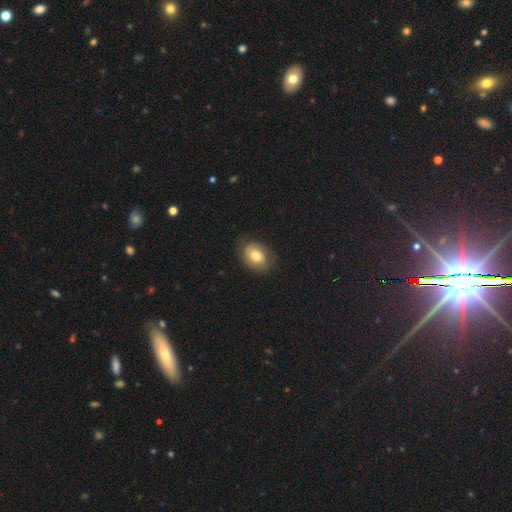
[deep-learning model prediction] Smooth or featured? smooth (74%)
How rounded? in between (69%)
Merging? none (76%)